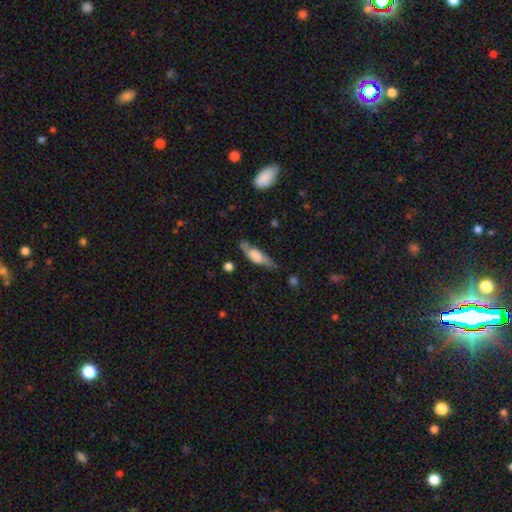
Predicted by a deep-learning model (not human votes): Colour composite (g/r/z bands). It shows a smooth galaxy with no disk features (52%) that is cigar-shaped (53%). Merging: none (62%).